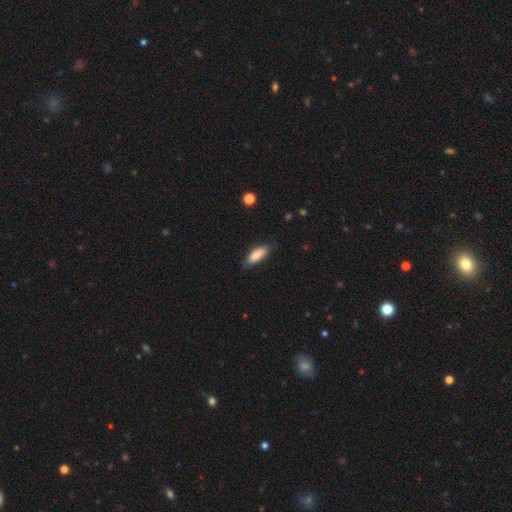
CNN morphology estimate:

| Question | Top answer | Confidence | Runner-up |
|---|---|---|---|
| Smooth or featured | smooth | 84% | featured or disk (10%) |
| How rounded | in between | 60% | cigar-shaped (38%) |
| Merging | none | 81% | minor disturbance (15%) |